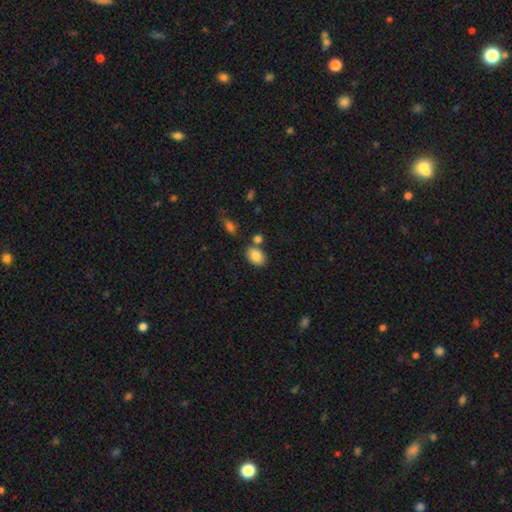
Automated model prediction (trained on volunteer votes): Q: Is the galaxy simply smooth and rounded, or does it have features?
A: smooth — 86%.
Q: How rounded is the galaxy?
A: in between — 78%.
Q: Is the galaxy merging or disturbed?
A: none — 67%.